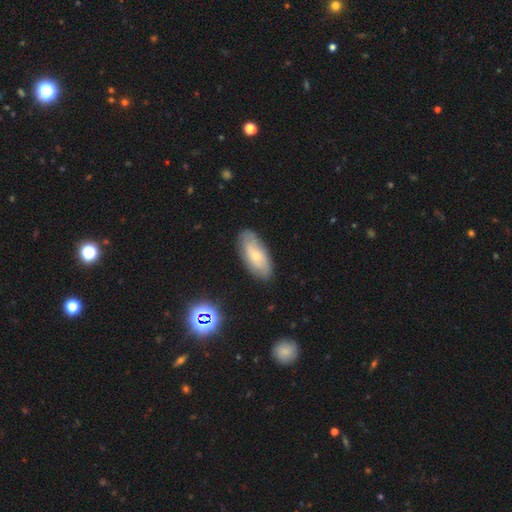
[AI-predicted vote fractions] smooth-or-featured: smooth: 51% | featured or disk: 41% | star or artifact: 8%
  how-rounded: in between: 86% | cigar-shaped: 11% | round: 3%
  merging: none: 81% | minor disturbance: 14% | major disturbance: 3% | merger: 1%